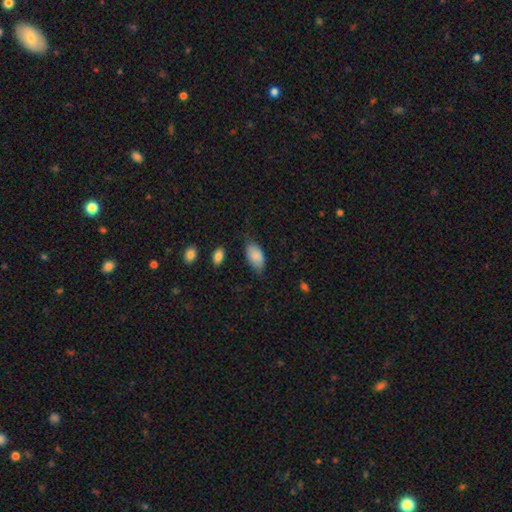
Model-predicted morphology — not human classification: The model was most divided on "merging": none: 65%, minor disturbance: 27%, major disturbance: 6%, merger: 2%. More confident: how rounded — in between (94%); smooth or featured — smooth (85%).